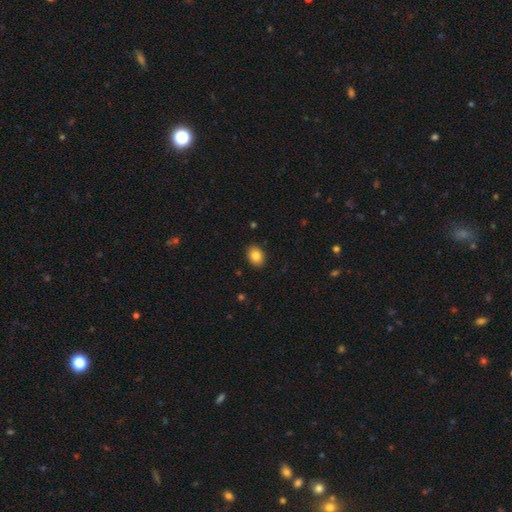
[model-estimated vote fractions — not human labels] Overall: smooth (85%). How rounded: in between (68%; round 31%). Merging: none (90%).